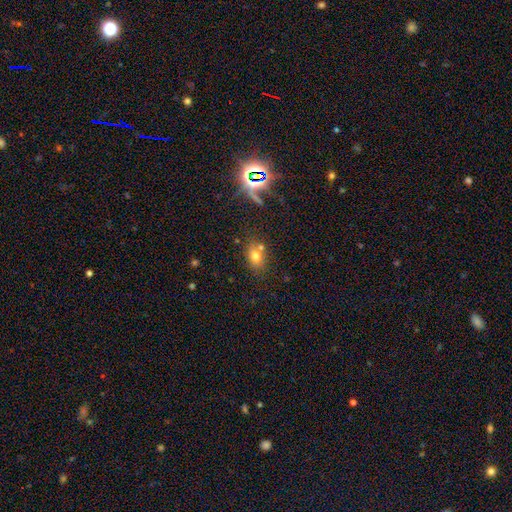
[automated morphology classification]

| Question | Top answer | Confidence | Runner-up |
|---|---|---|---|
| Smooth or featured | smooth | 71% | star or artifact (16%) |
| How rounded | in between | 63% | round (36%) |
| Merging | none | 60% | merger (21%) |